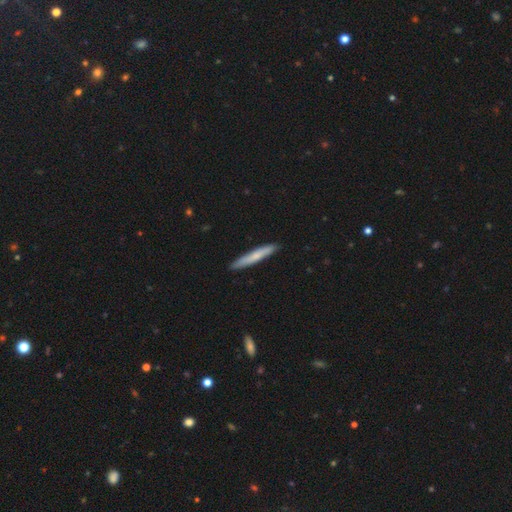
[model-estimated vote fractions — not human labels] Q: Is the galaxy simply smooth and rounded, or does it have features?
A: smooth — 64%.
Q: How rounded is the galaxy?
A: cigar-shaped — 95%.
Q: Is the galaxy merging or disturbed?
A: none — 90%.